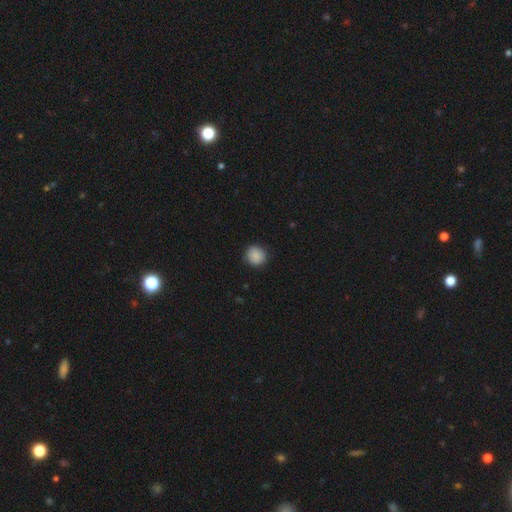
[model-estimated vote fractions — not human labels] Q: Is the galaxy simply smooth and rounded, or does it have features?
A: smooth — 88%.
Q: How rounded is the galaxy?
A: round — 90%.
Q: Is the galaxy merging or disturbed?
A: none — 86%.